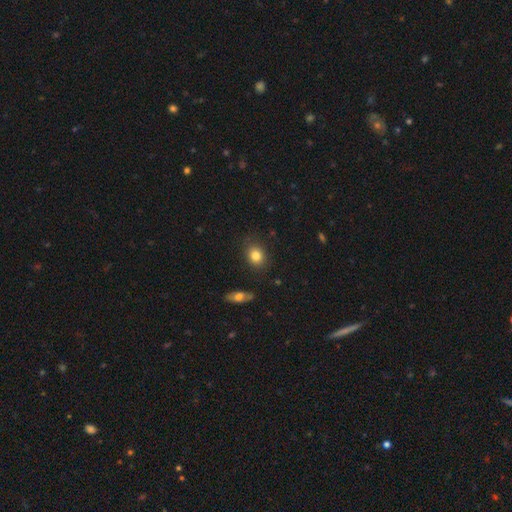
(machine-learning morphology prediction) Smooth or featured?
  - smooth: 82% *
  - star or artifact: 9%
  - featured or disk: 8%
How rounded?
  - round: 52% *
  - in between: 47%
  - cigar-shaped: 1%
Merging?
  - none: 84% *
  - minor disturbance: 11%
  - major disturbance: 3%
  - merger: 2%